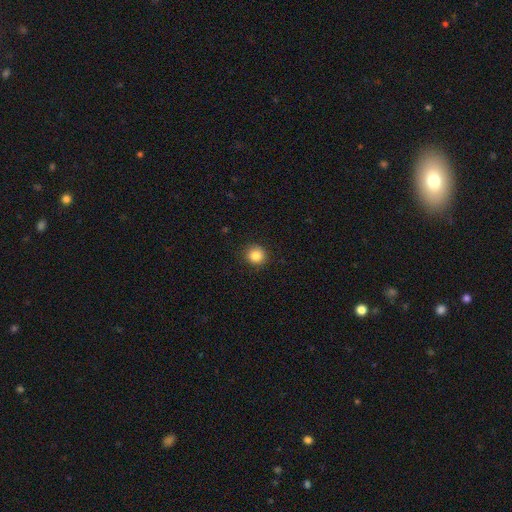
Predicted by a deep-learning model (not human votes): This appears to be a smooth galaxy with no disk features (85%) that is round (92%). Merging: none (91%).